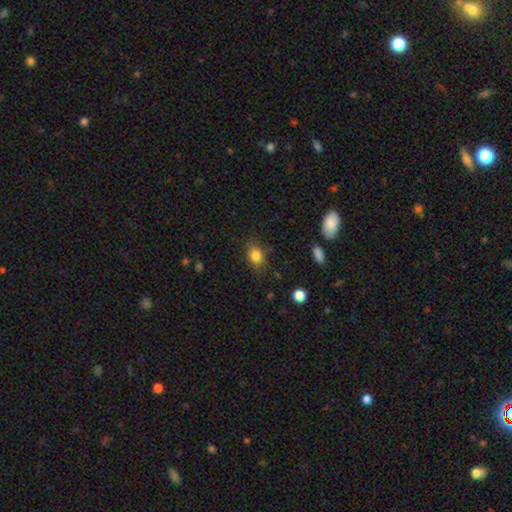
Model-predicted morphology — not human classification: This appears to be a smooth galaxy with no disk features (82%) that is in between round and cigar-shaped (68%). Merging: none (77%).